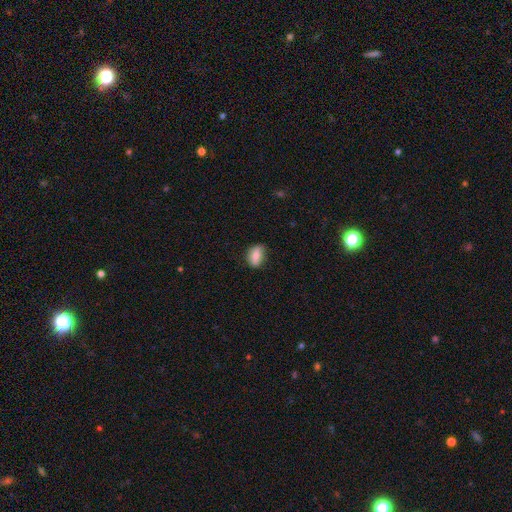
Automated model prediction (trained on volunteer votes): A smooth galaxy with no disk features (77%) that is in between round and cigar-shaped (79%).

Vote fractions:
- Smooth or featured? smooth: 77% / featured or disk: 16% / star or artifact: 8%
- How rounded? in between: 79% / round: 17% / cigar-shaped: 4%
- Merging? none: 75% / minor disturbance: 20% / major disturbance: 4% / merger: 1%